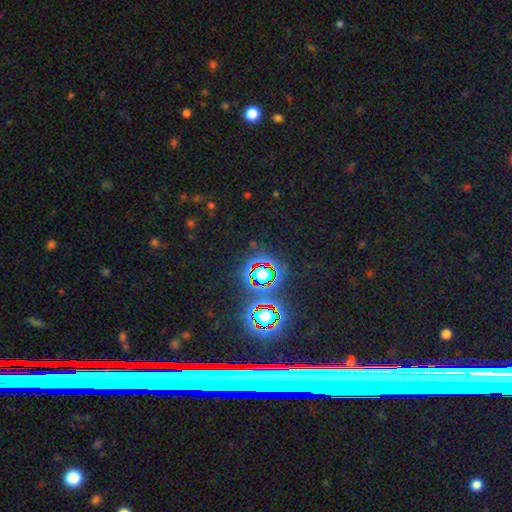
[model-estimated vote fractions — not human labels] smooth_or_featured: star or artifact (p=0.70) [alt: smooth p=0.16]